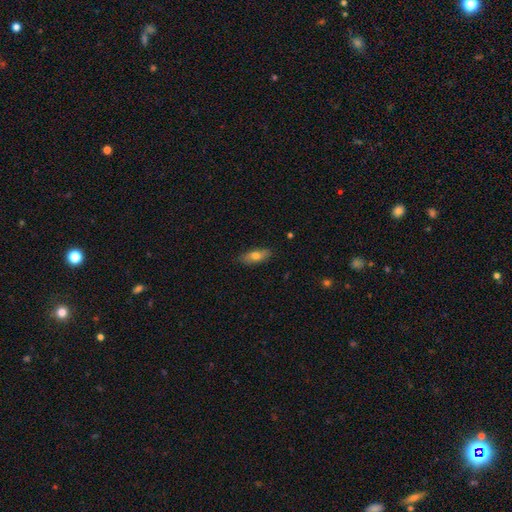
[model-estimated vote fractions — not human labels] A smooth galaxy with no disk features (72%) that is in between round and cigar-shaped (74%).

Vote fractions:
- Smooth or featured? smooth: 72% / featured or disk: 21% / star or artifact: 7%
- How rounded? in between: 74% / cigar-shaped: 23% / round: 3%
- Merging? none: 85% / minor disturbance: 11% / major disturbance: 2% / merger: 1%